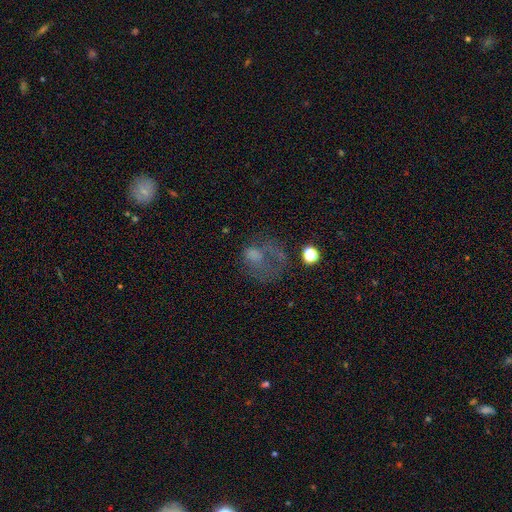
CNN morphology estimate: type=smooth (46%); merging=major disturbance (46%).